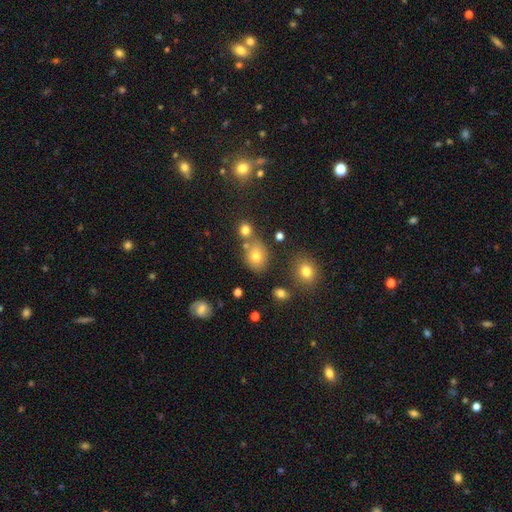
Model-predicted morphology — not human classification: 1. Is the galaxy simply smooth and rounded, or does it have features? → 71% smooth, 17% star or artifact, 12% featured or disk.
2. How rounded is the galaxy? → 59% round, 40% in between, 1% cigar-shaped.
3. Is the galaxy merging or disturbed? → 67% none, 17% merger, 12% minor disturbance, 4% major disturbance.